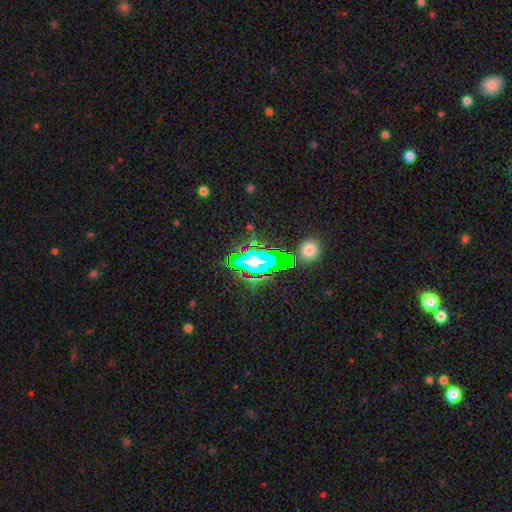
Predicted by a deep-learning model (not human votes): Overall: star or artifact (64%).